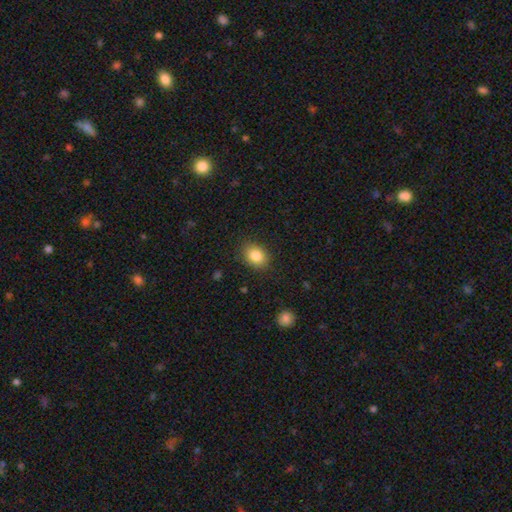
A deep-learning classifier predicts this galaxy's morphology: Smooth or featured? smooth (84%)
How rounded? in between (58%)
Merging? none (86%)